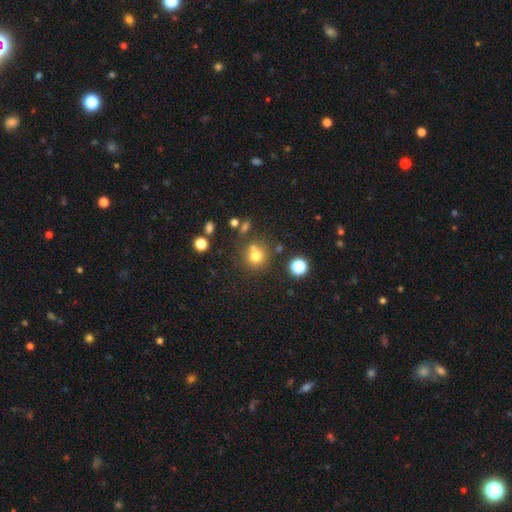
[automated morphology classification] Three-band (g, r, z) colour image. It shows a smooth galaxy with no disk features (74%) that is round (87%). Merging: none (65%).